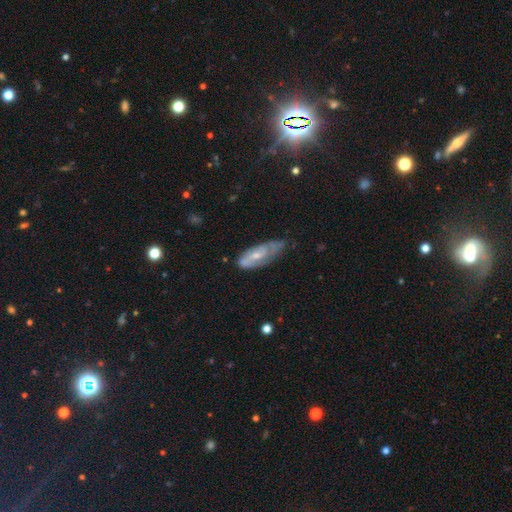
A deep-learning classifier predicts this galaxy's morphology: smooth-or-featured: featured or disk: 65% | smooth: 28% | star or artifact: 7%
  disk-edge-on: no: 86% | yes: 14%
    bar: no: 52% | weak: 38% | strong: 10%
    has-spiral-arms: yes: 77% | no: 23%
    bulge-size: small: 52% | moderate: 42% | none: 3% | large: 2% | dominant: 1%
  merging: none: 49% | minor disturbance: 35% | major disturbance: 13% | merger: 3%